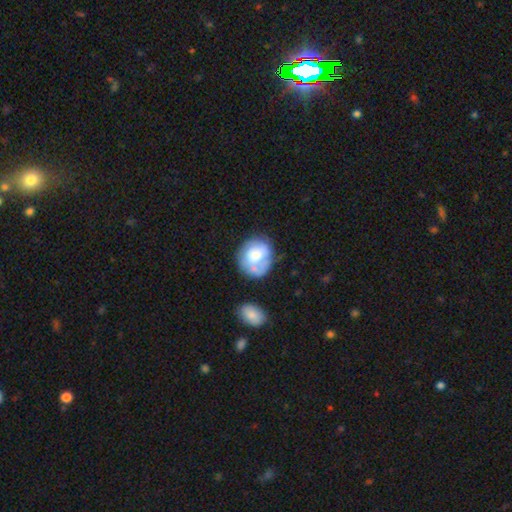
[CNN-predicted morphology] Smooth or featured: smooth — 58% (featured or disk — 35%)
How rounded: round — 70% (in between — 29%)
Merging: none — 48% (minor disturbance — 25%)